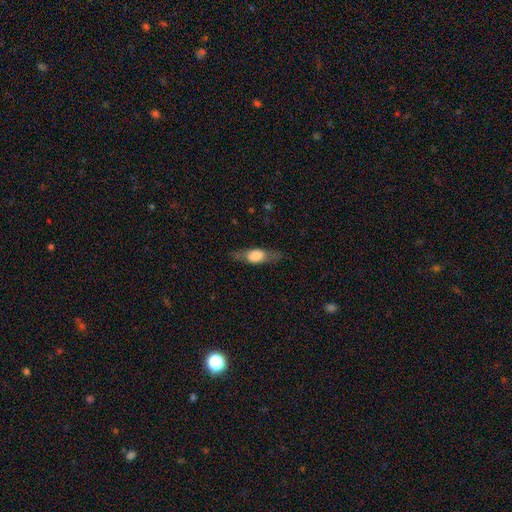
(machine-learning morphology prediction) Overall: smooth (53%; featured or disk 40%). How rounded: in between (57%; cigar-shaped 37%). Merging: none (75%).